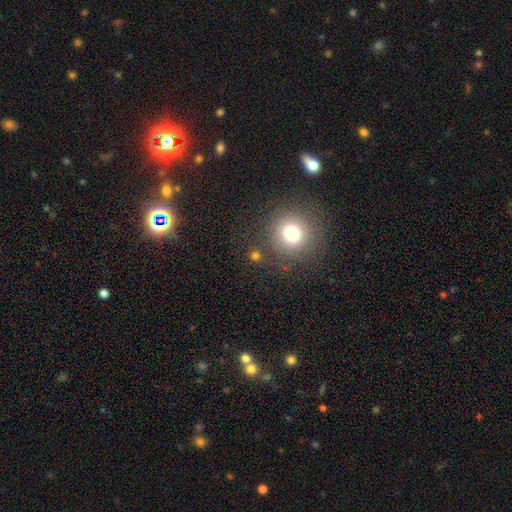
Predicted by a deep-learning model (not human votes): A smooth galaxy with no disk features (69%) that is round (91%). Merging: none (81%).